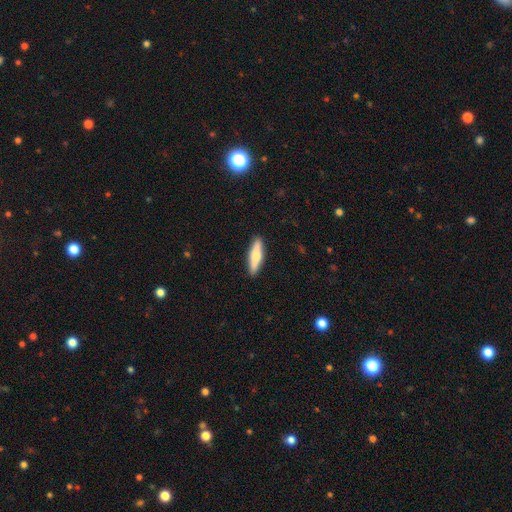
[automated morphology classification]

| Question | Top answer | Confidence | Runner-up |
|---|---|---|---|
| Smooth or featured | smooth | 64% | featured or disk (31%) |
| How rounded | cigar-shaped | 72% | in between (27%) |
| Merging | none | 90% | minor disturbance (7%) |